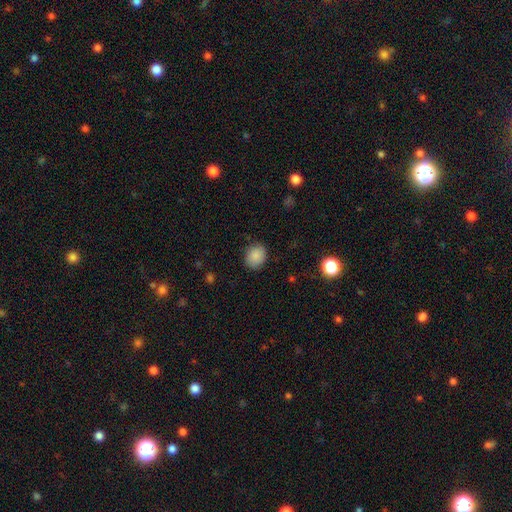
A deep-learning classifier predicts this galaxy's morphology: Smooth or featured? smooth (87%)
How rounded? round (66%)
Merging? none (85%)